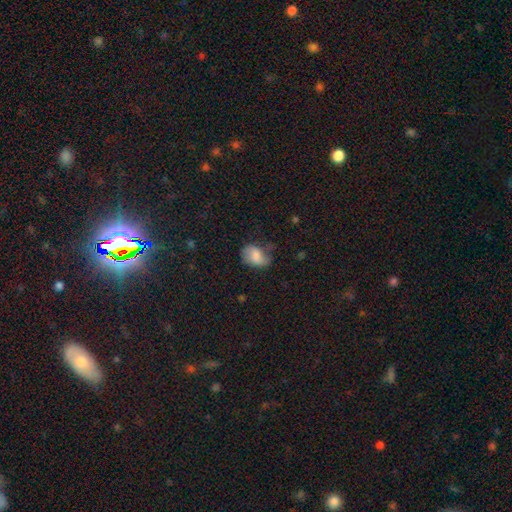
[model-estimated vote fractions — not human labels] Smooth or featured? Predicted: smooth (p=0.67). How rounded? Predicted: in between (p=0.77). Merging? Predicted: none (p=0.52).